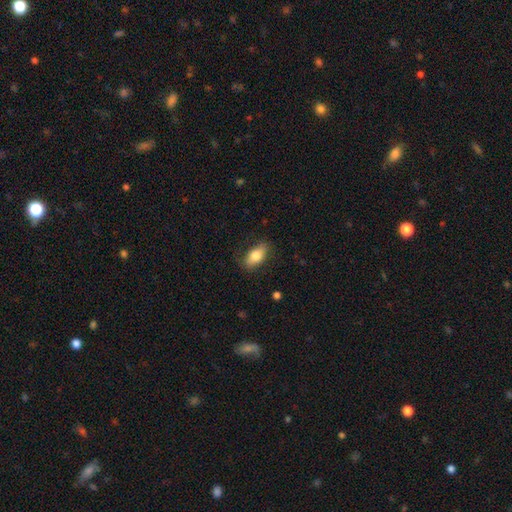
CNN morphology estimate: Overall: smooth (76%). How rounded: in between (84%). Merging: none (78%).